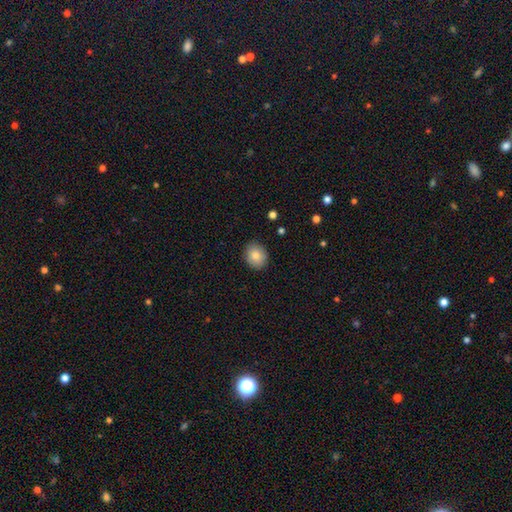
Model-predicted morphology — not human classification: Overall: smooth (84%). How rounded: round (57%; in between 42%). Merging: none (89%).